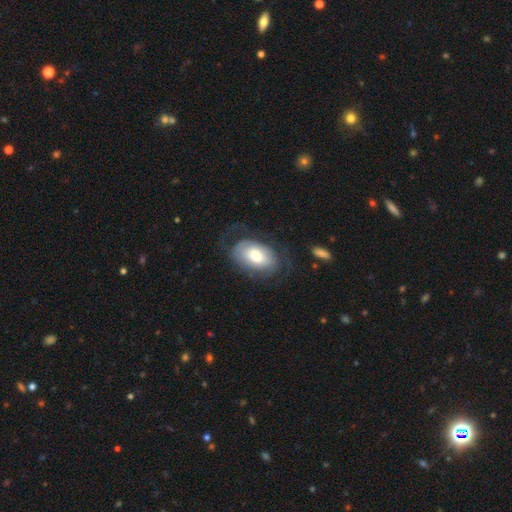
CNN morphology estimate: Overall: featured or disk (49%; smooth 45%). Merging: none (56%; major disturbance 22%).